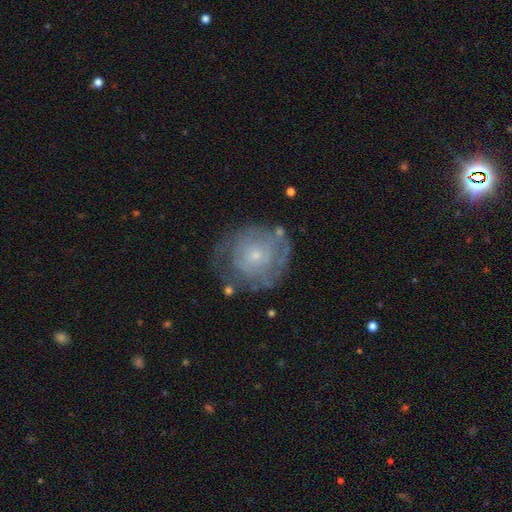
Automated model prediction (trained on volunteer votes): smooth_or_featured: featured or disk (p=0.62) [alt: smooth p=0.30]
disk_edge_on: no (p=0.97) [alt: yes p=0.03]
bar: no (p=0.84) [alt: weak p=0.13]
has_spiral_arms: yes (p=0.62) [alt: no p=0.38]
bulge_size: small (p=0.77) [alt: moderate p=0.18]
merging: none (p=0.62) [alt: minor disturbance p=0.22]